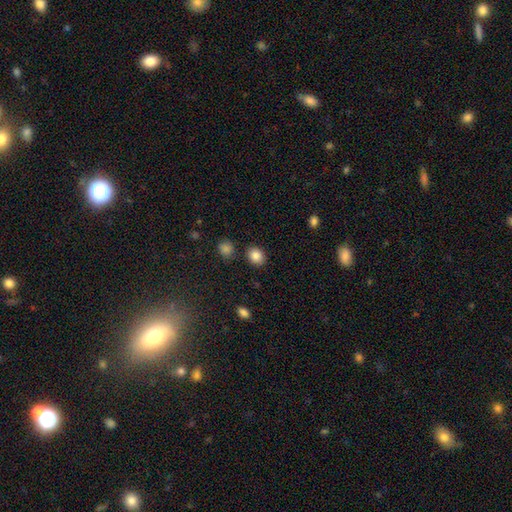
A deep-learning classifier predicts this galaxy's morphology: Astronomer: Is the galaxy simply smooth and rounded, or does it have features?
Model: smooth — 86%.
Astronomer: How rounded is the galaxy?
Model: round — 57% (runner-up: in between, 42%).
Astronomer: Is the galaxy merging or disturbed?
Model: none — 85%.